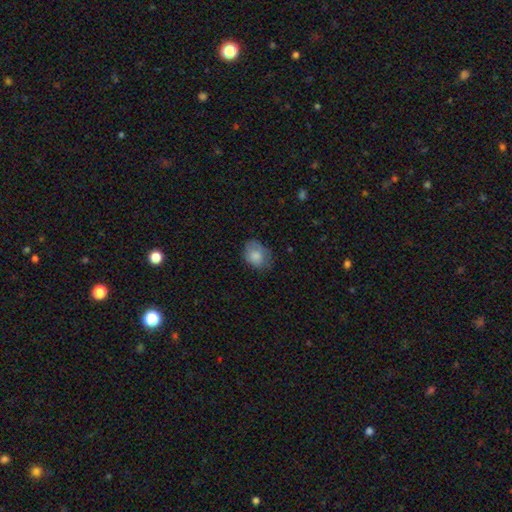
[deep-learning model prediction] This is clearly a smooth galaxy (82%). How rounded: likely in between (66%). Merging: possibly none (59%).